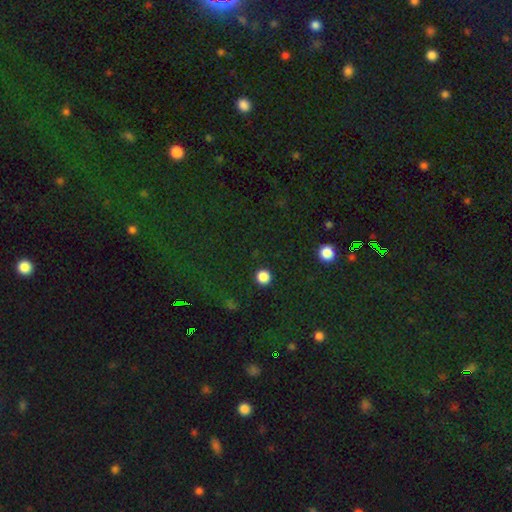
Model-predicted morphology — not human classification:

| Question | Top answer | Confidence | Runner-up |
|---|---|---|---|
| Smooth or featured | star or artifact | 70% | smooth (21%) |